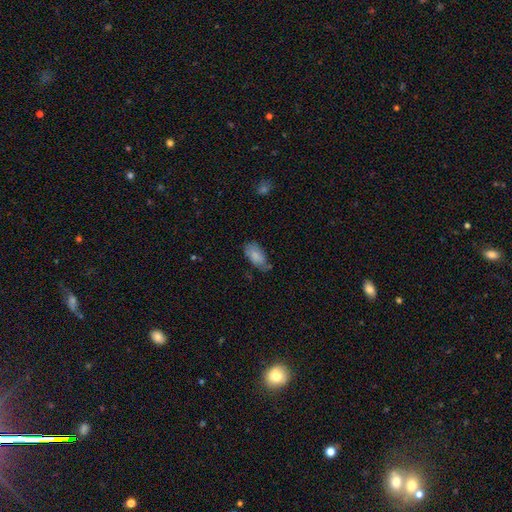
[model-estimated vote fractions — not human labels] This is likely a smooth galaxy (80%). How rounded: clearly in between (93%). Merging: possibly none (57%).